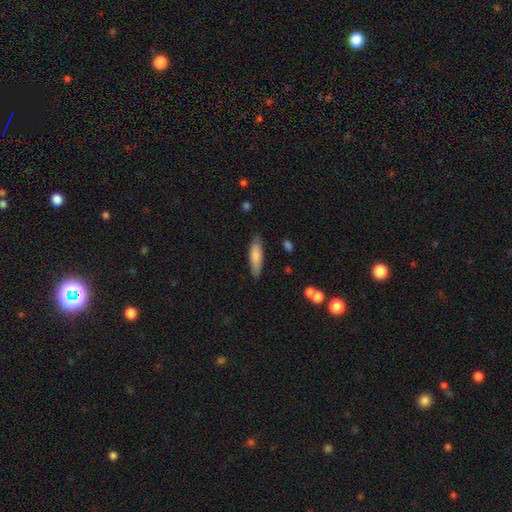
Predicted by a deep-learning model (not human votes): This is clearly a smooth galaxy (82%). How rounded: possibly cigar-shaped (59%). Merging: clearly none (83%).